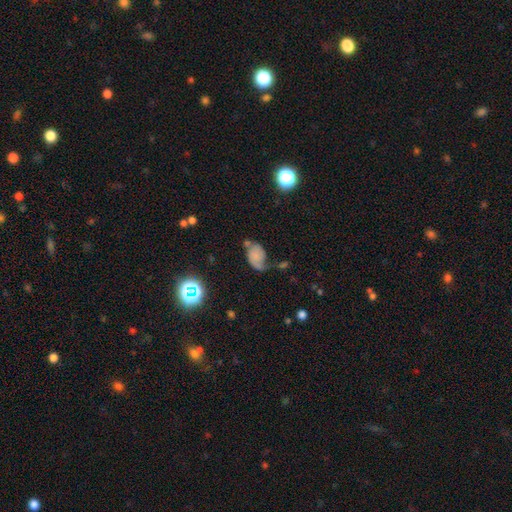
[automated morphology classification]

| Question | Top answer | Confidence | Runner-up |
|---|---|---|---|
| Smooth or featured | smooth | 45% | featured or disk (41%) |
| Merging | none | 35% | minor disturbance (30%) |